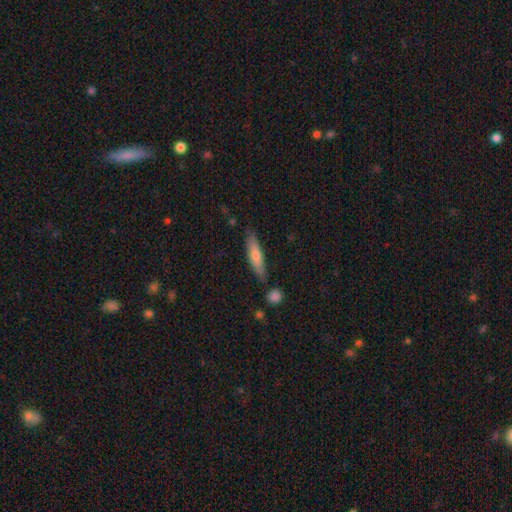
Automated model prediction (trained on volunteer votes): A smooth galaxy with no disk features (54%) that is cigar-shaped (83%). Merging: none (83%).